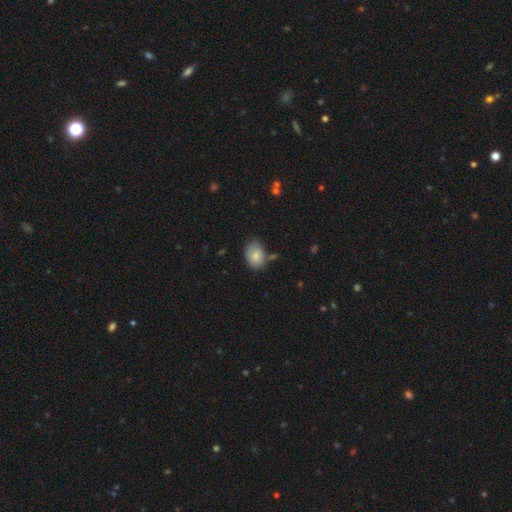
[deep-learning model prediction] This appears to be a smooth galaxy with no disk features (80%) that is in between round and cigar-shaped (80%). Merging: none (67%).